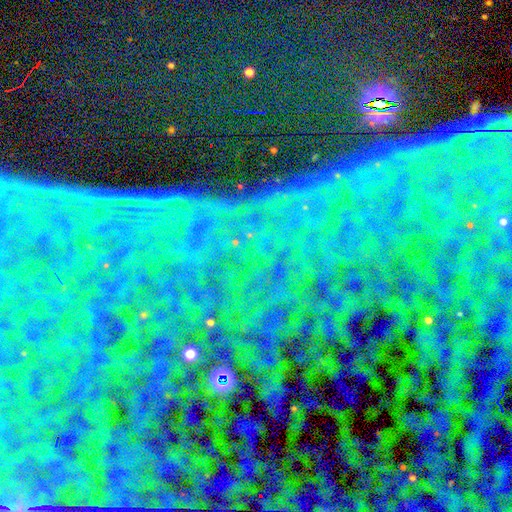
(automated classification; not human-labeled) Smooth or featured? Predicted: star or artifact (p=0.86).